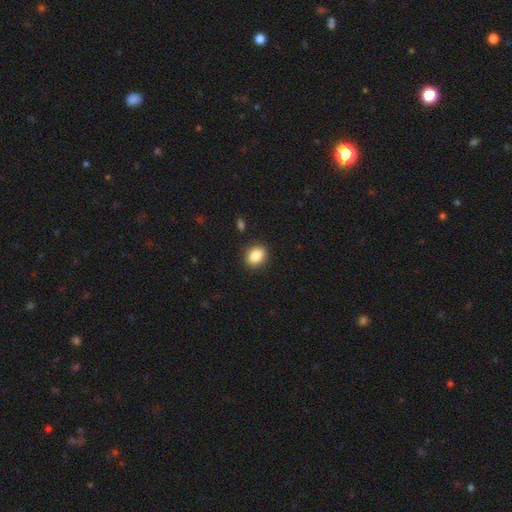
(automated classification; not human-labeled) Overall: smooth (87%). How rounded: in between (61%; round 38%). Merging: none (89%).